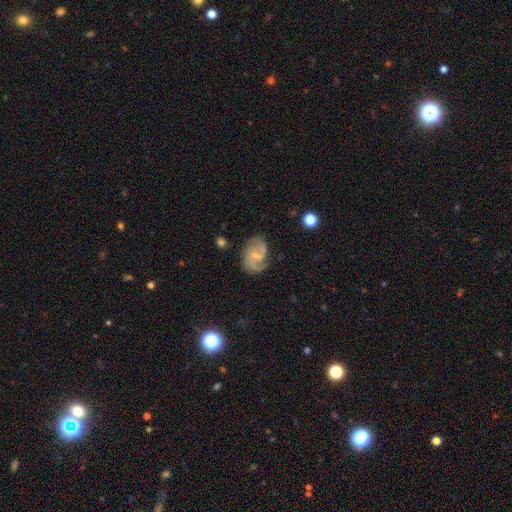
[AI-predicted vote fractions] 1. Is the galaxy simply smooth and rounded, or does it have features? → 80% featured or disk, 14% smooth, 6% star or artifact.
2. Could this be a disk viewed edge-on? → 98% no, 2% yes.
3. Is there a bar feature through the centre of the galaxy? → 54% weak, 35% no, 11% strong.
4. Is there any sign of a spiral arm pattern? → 95% yes, 5% no.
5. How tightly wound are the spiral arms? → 51% medium, 28% tight, 21% loose.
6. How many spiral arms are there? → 66% 2, 12% can't tell, 12% 3, 5% 1, 3% 4, 2% more than 4.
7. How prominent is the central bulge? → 59% small, 22% moderate, 16% none, 1% large, 1% dominant.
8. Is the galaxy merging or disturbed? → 68% none, 21% minor disturbance, 10% major disturbance, 2% merger.